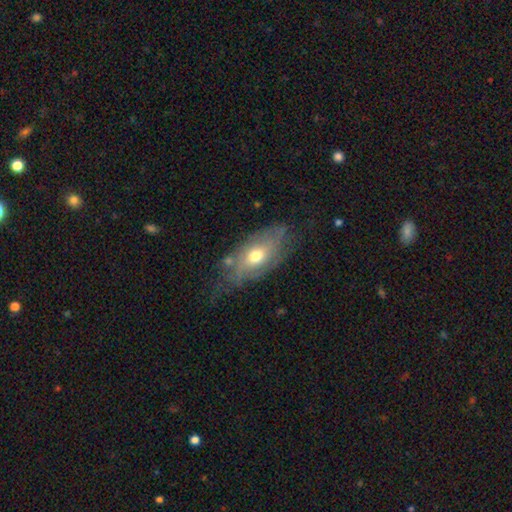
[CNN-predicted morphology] smooth_or_featured: featured or disk (p=0.51) [alt: smooth p=0.41]
disk_edge_on: no (p=0.83) [alt: yes p=0.17]
merging: none (p=0.60) [alt: minor disturbance p=0.25]